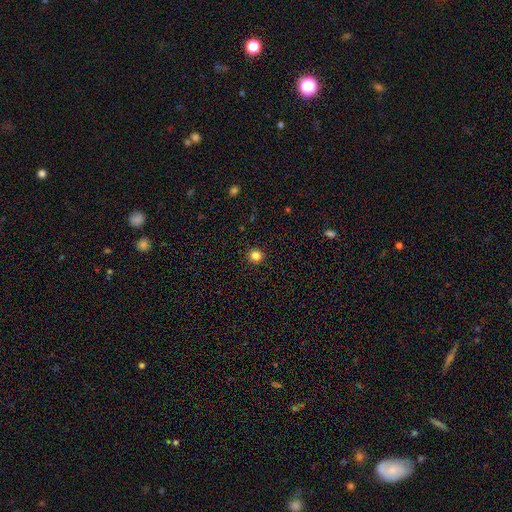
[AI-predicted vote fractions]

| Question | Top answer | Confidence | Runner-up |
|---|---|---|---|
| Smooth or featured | smooth | 83% | star or artifact (13%) |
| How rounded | round | 92% | in between (7%) |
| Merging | none | 93% | minor disturbance (5%) |